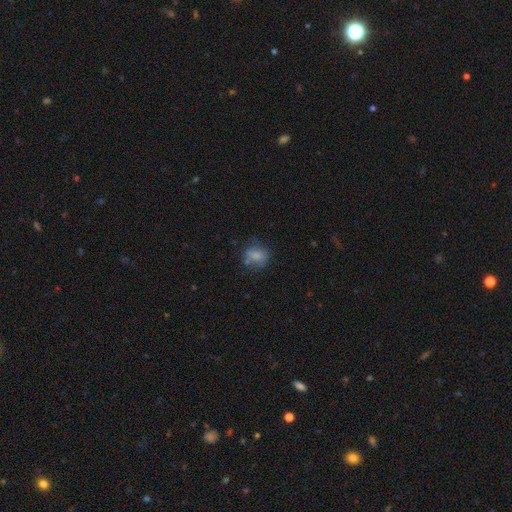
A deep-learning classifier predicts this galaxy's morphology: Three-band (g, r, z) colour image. It shows a smooth galaxy with no disk features (67%) that is round (56%). Merging: none (53%).